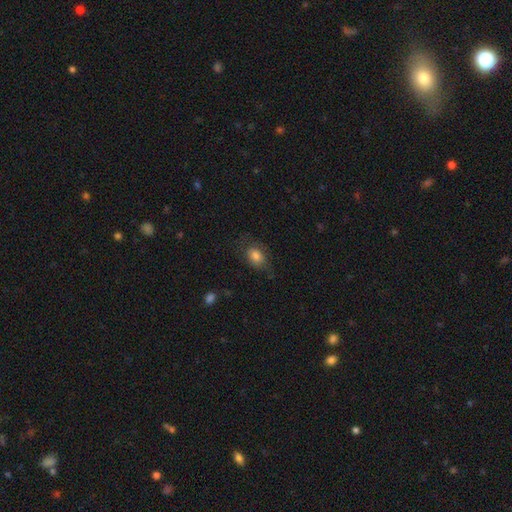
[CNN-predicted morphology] This is likely a smooth galaxy (78%). How rounded: likely in between (78%). Merging: possibly none (58%).